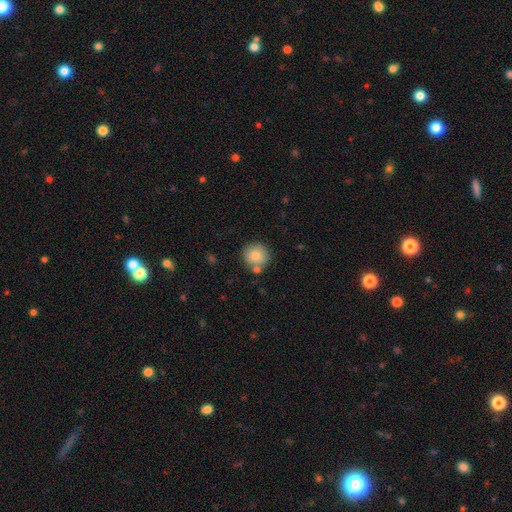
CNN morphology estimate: The model was most divided on "merging": none: 74%, merger: 13%, minor disturbance: 11%, major disturbance: 3%. More confident: how rounded — round (92%); smooth or featured — smooth (82%).